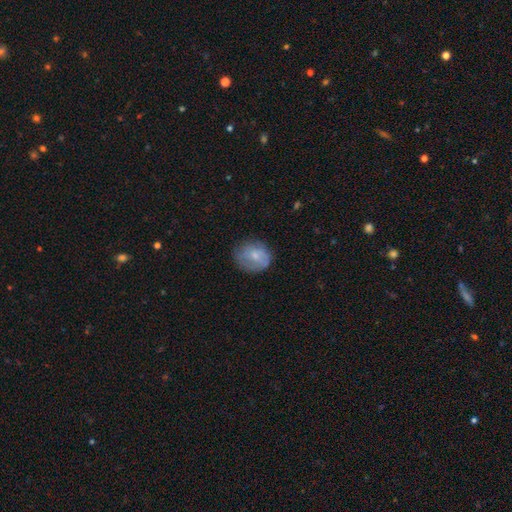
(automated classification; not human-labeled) smooth-or-featured: smooth: 63% | featured or disk: 30% | star or artifact: 7%
  how-rounded: round: 59% | in between: 40% | cigar-shaped: 1%
  merging: none: 62% | minor disturbance: 26% | major disturbance: 10% | merger: 1%